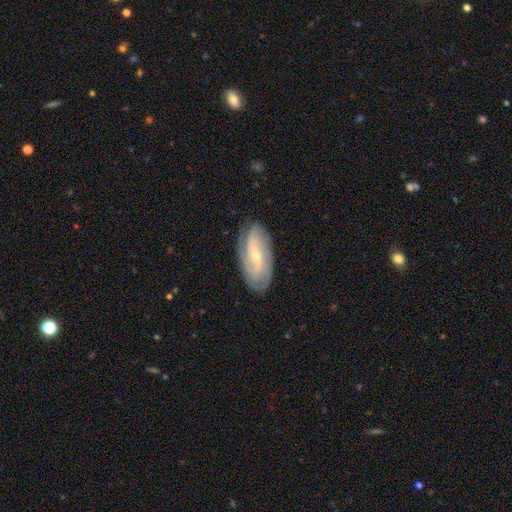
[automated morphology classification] A featured or disk galaxy (81%) with a weak bar (39%), 2 (43%) tight (54%) spiral arms (93%) and a small central bulge (73%). Merging: none (81%).